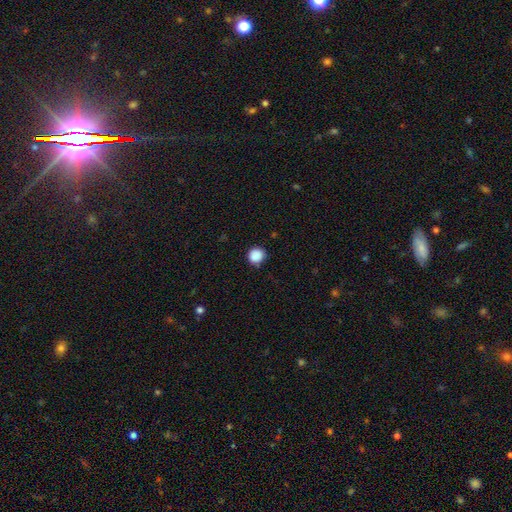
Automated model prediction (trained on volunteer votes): smooth 87%, star or artifact 9%, featured or disk 3%. Down the decision tree: how rounded — round (90%); merging — none (82%).